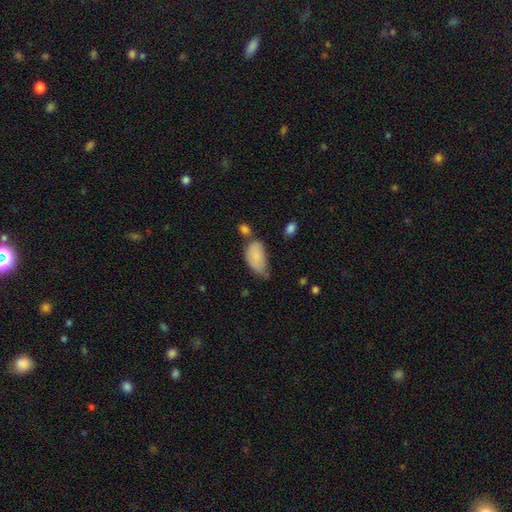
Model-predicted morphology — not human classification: smooth_or_featured: smooth (p=0.83) [alt: featured or disk p=0.10]
how_rounded: in between (p=0.93) [alt: round p=0.05]
merging: minor disturbance (p=0.41) [alt: none p=0.30]